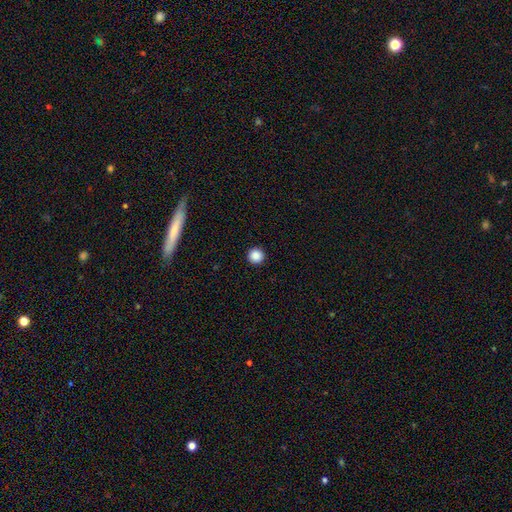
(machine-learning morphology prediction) Smooth or featured? Predicted: smooth (p=0.87). How rounded? Predicted: round (p=0.96). Merging? Predicted: none (p=0.94).